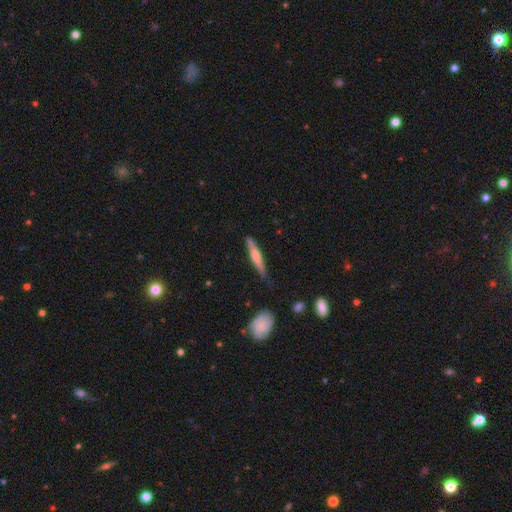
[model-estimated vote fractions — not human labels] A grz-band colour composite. It shows a smooth galaxy with no disk features (51%) that is cigar-shaped (89%). Merging: none (73%).